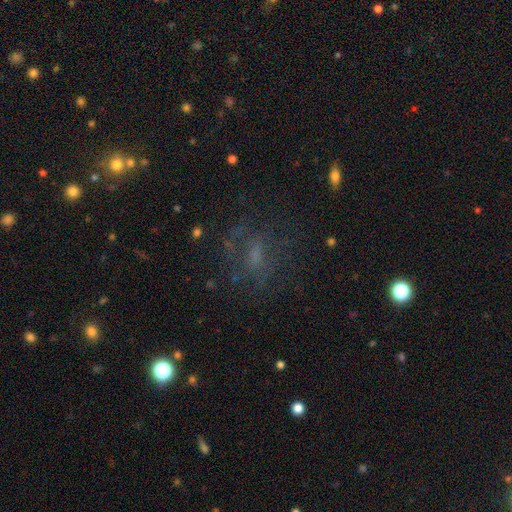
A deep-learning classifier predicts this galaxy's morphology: featured or disk 40%, smooth 35%, star or artifact 25%. Down the decision tree: merging — none (62%).